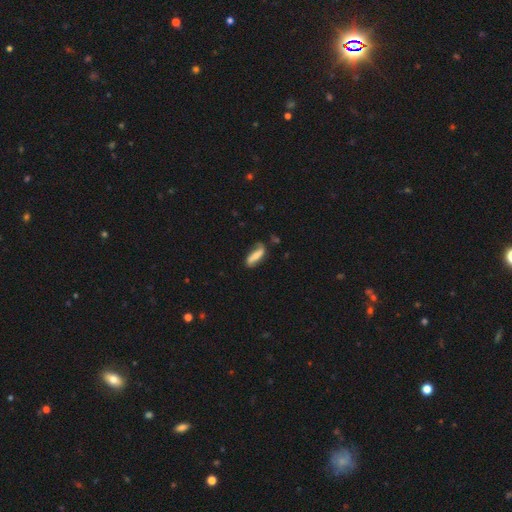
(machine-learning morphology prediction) smooth-or-featured: featured or disk: 50% | smooth: 42% | star or artifact: 7%
  disk-edge-on: no: 83% | yes: 17%
  merging: none: 62% | minor disturbance: 26% | major disturbance: 9% | merger: 3%